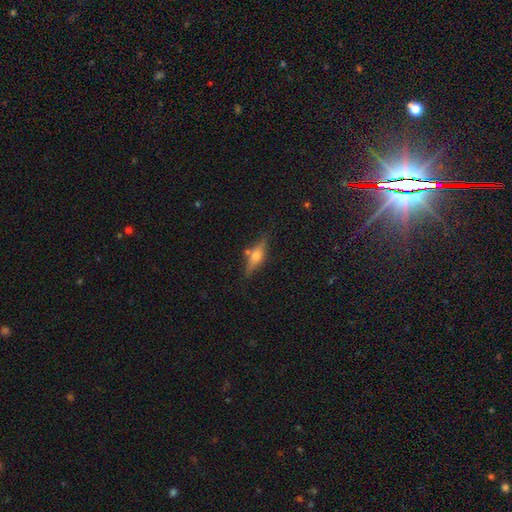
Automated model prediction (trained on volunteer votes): A featured or disk galaxy (54%) viewed edge-on (93%) with a rounded central bulge (88%). Merging: none (78%).